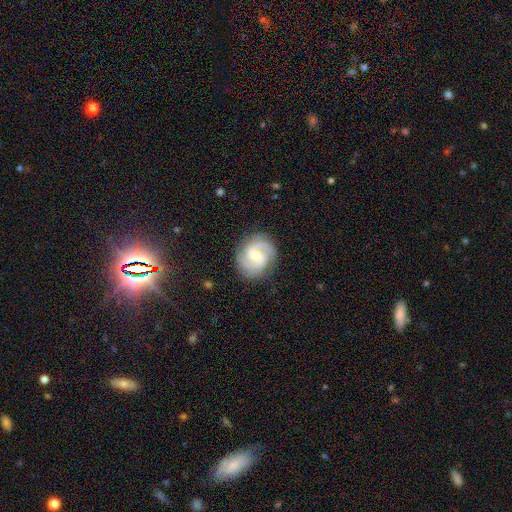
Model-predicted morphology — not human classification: Smooth or featured? Predicted: featured or disk (p=0.83). Edge-on disk? Predicted: no (p=0.98). Bar? Predicted: weak (p=0.55). Spiral arms? Predicted: yes (p=0.96). Spiral winding? Predicted: medium (p=0.50). Spiral arm count? Predicted: 2 (p=0.70). Bulge size? Predicted: moderate (p=0.61). Merging? Predicted: none (p=0.83).